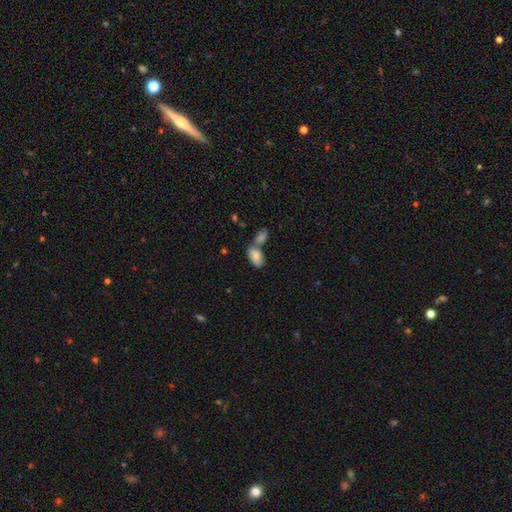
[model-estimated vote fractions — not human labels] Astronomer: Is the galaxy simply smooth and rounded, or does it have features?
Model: smooth — 81%.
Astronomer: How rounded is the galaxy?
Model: in between — 93%.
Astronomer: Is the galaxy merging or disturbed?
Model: merger — 48% (runner-up: none, 38%).